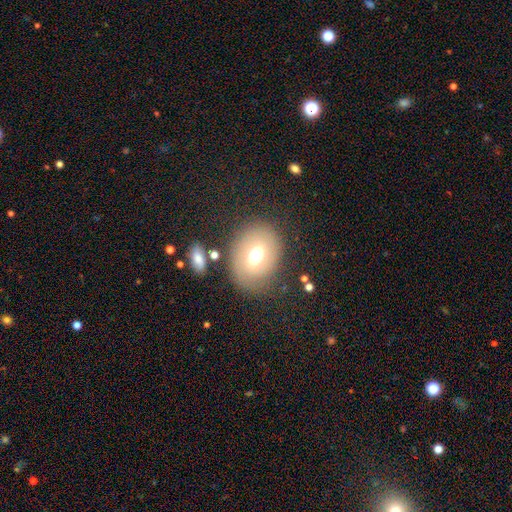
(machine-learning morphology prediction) Smooth or featured?
  - smooth: 64% *
  - featured or disk: 23%
  - star or artifact: 13%
How rounded?
  - in between: 52% *
  - round: 47%
  - cigar-shaped: 1%
Merging?
  - none: 74% *
  - minor disturbance: 13%
  - major disturbance: 8%
  - merger: 5%